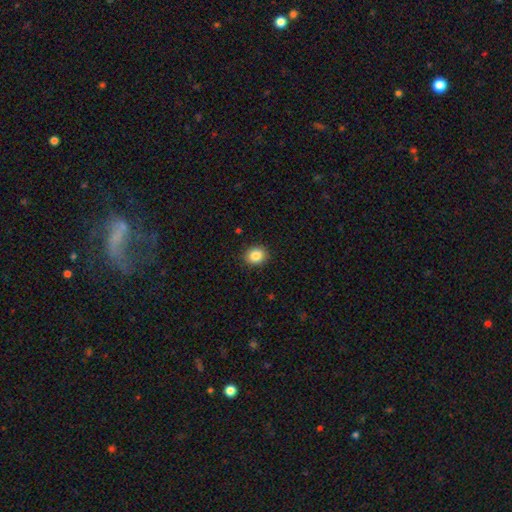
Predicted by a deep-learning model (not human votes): smooth 86%, star or artifact 10%, featured or disk 5%. Down the decision tree: how rounded — round (72%); merging — none (91%).